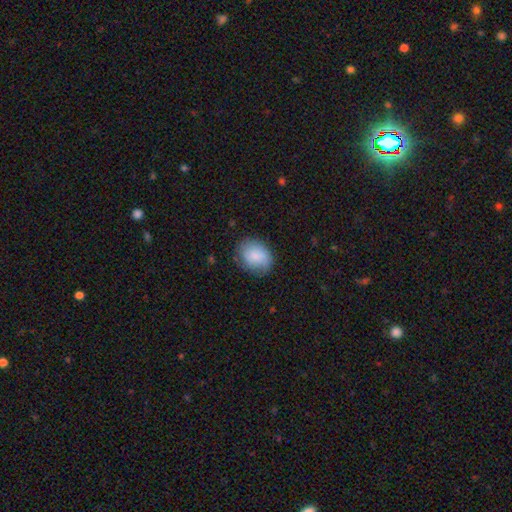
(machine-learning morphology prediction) This is clearly a smooth galaxy (84%). How rounded: likely in between (60%). Merging: likely none (74%).